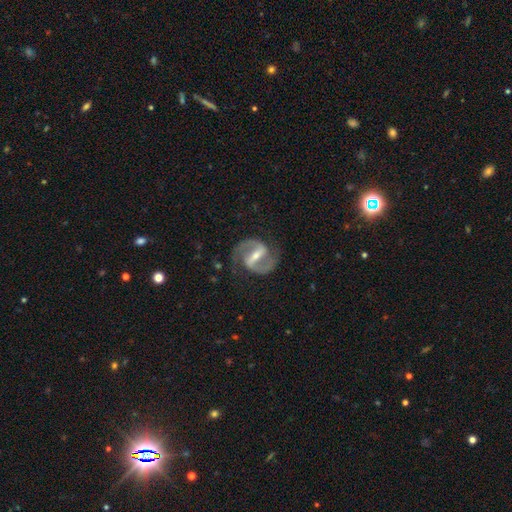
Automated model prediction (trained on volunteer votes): The model was most divided on "bulge size": small: 50%, moderate: 43%, none: 3%, large: 3%, dominant: 1%. More confident: edge-on disk — no (98%); spiral arms — yes (97%); spiral arm count — 2 (94%); smooth or featured — featured or disk (92%); merging — none (82%); bar — strong (69%); spiral winding — medium (64%).